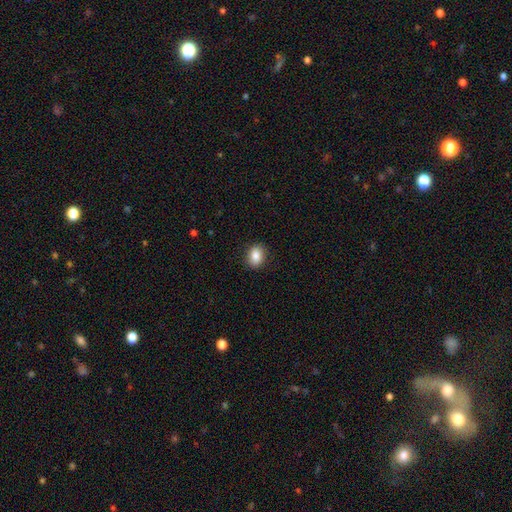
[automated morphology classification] Overall: smooth (86%). How rounded: in between (63%; round 36%). Merging: none (89%).